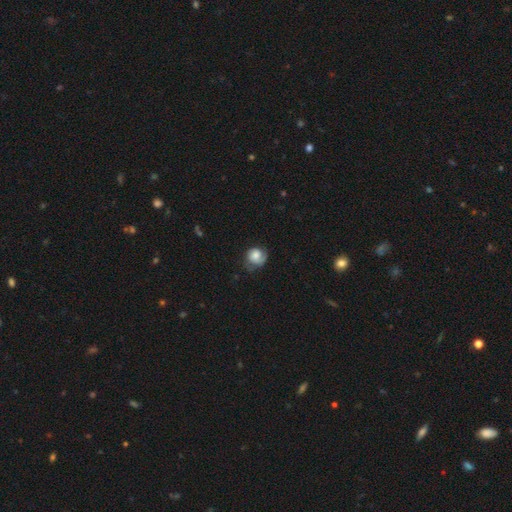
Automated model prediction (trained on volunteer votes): This appears to be a smooth galaxy with no disk features (56%) that is round (76%). Merging: none (53%).